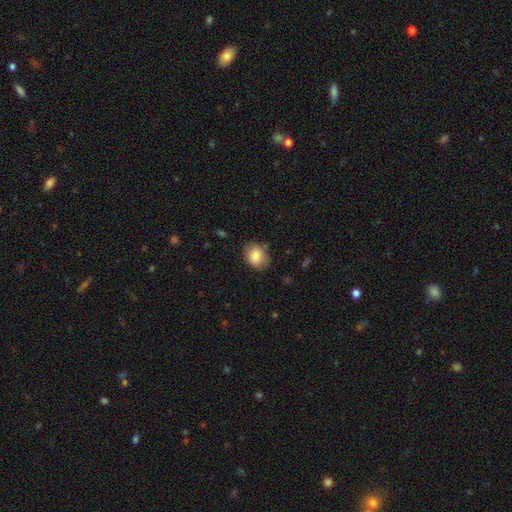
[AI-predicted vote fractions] smooth 83%, featured or disk 9%, star or artifact 8%. Down the decision tree: how rounded — in between (53%); merging — none (73%).